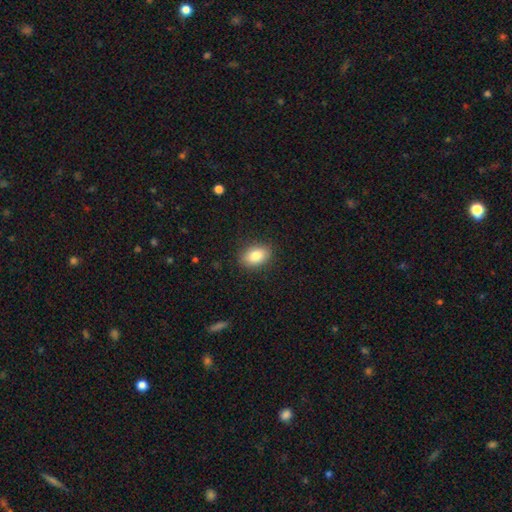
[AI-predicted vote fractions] smooth 83%, featured or disk 8%, star or artifact 8%. Down the decision tree: how rounded — in between (82%); merging — none (87%).